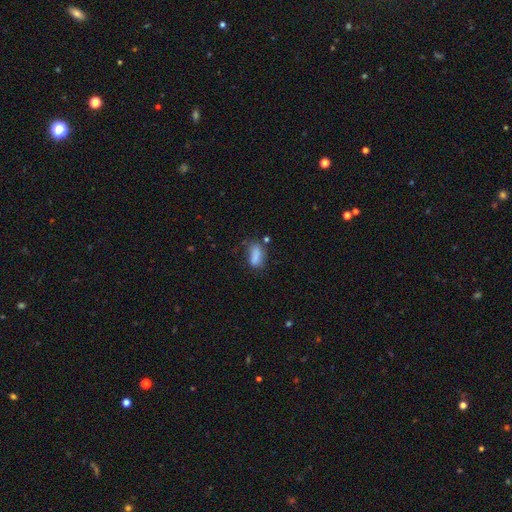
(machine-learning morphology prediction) Smooth or featured? Predicted: smooth (p=0.81). How rounded? Predicted: in between (p=0.82). Merging? Predicted: none (p=0.50).